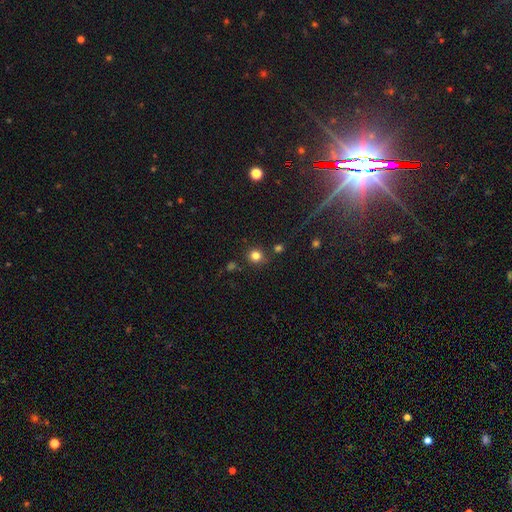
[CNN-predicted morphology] This is clearly a smooth galaxy (80%). How rounded: clearly round (91%). Merging: clearly none (81%).